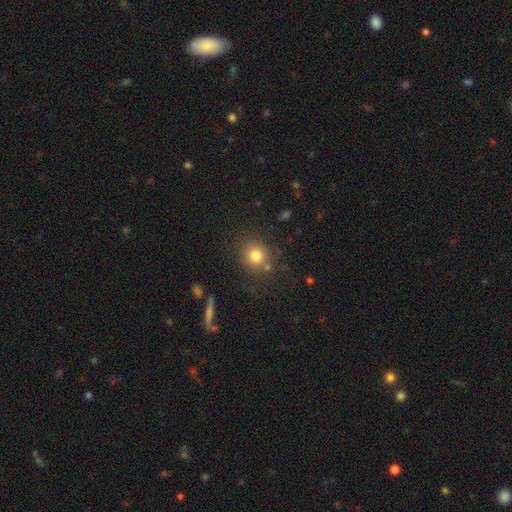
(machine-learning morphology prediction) smooth_or_featured: smooth (p=0.80) [alt: star or artifact p=0.13]
how_rounded: round (p=0.88) [alt: in between p=0.11]
merging: none (p=0.81) [alt: minor disturbance p=0.10]